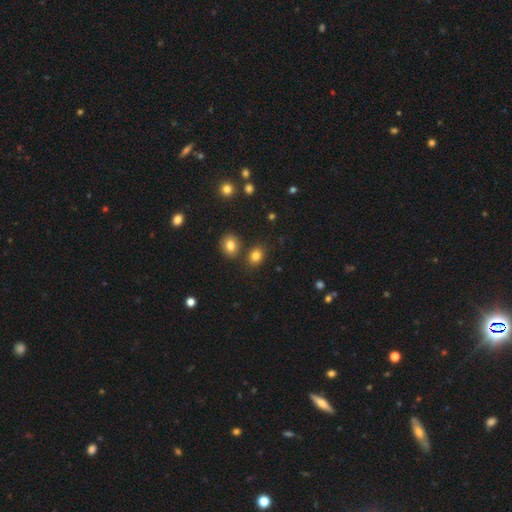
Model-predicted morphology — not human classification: A smooth galaxy with no disk features (82%) that is round (54%). Merging: none (77%).